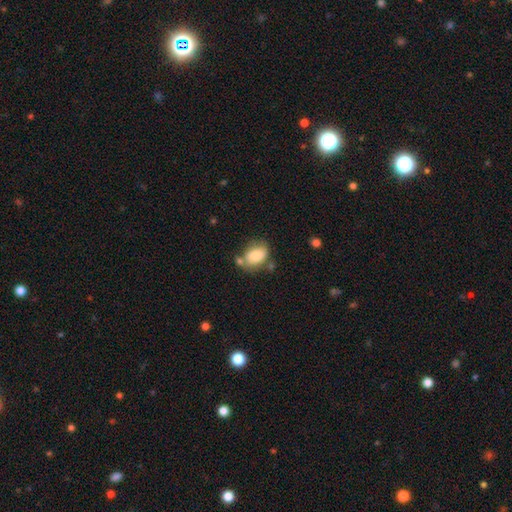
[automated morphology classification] A smooth galaxy with no disk features (76%) that is in between round and cigar-shaped (79%). Merging: none (51%).